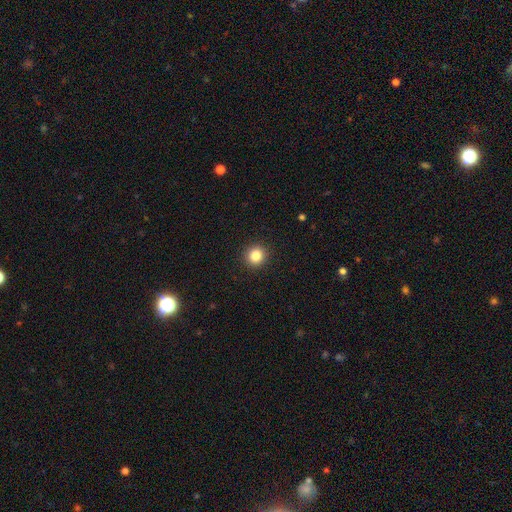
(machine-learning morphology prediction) type=smooth (84%); roundness=round (92%); merging=none (92%).